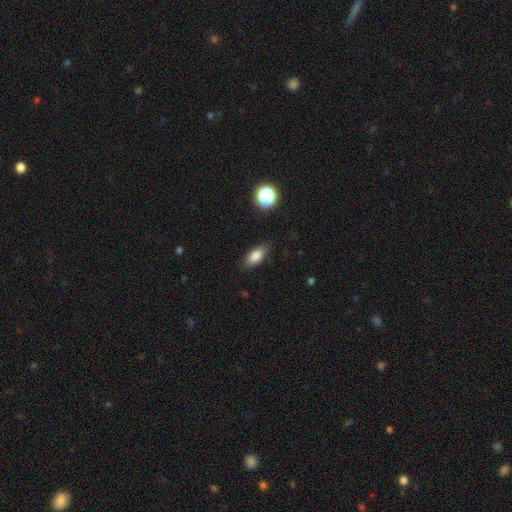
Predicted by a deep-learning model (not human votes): Smooth or featured: smooth — 83% (star or artifact — 9%)
How rounded: in between — 84% (cigar-shaped — 11%)
Merging: none — 83% (minor disturbance — 13%)